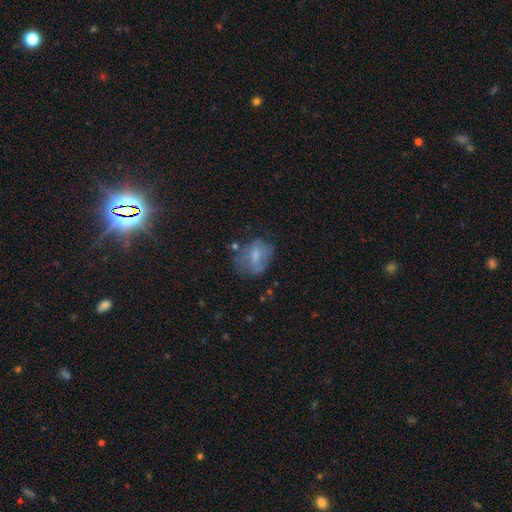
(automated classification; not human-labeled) Smooth or featured: smooth — 55% (featured or disk — 35%)
How rounded: in between — 64% (round — 35%)
Merging: none — 49% (minor disturbance — 27%)